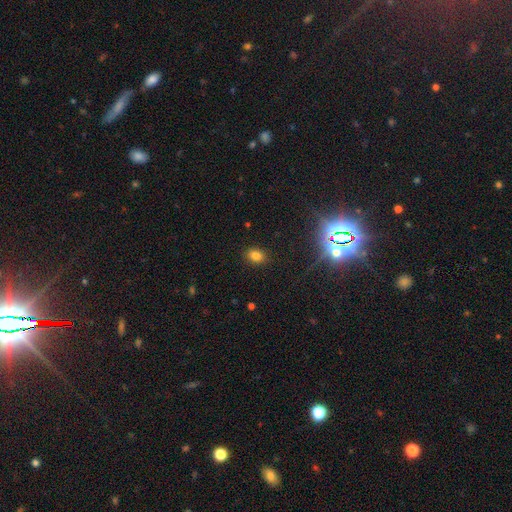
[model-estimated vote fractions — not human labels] Smooth or featured? Predicted: smooth (p=0.79). How rounded? Predicted: in between (p=0.65). Merging? Predicted: none (p=0.88).